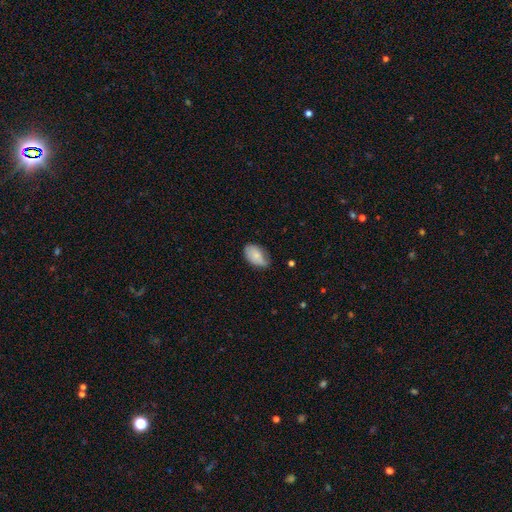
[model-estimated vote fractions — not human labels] Smooth or featured? Predicted: smooth (p=0.79). How rounded? Predicted: in between (p=0.93). Merging? Predicted: none (p=0.58).